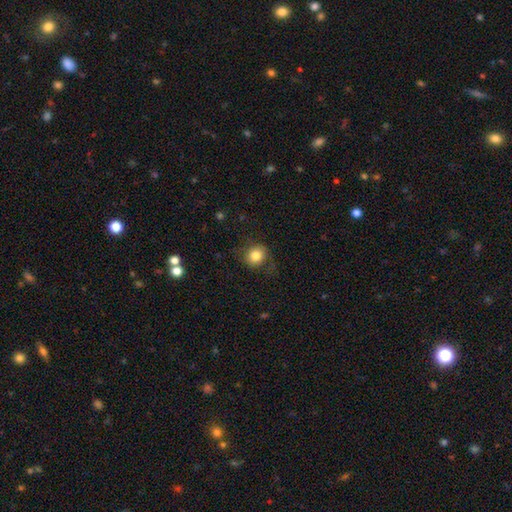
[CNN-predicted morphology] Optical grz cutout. It shows a smooth galaxy with no disk features (80%) that is round (78%). Merging: none (72%).